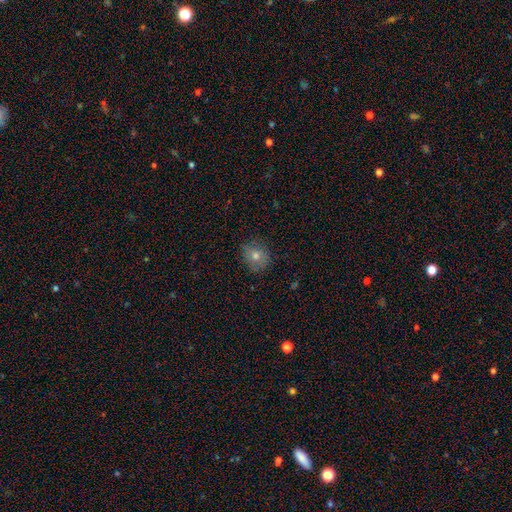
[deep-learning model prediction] Smooth or featured: smooth — 69% (featured or disk — 16%)
How rounded: round — 77% (in between — 22%)
Merging: none — 79% (minor disturbance — 16%)